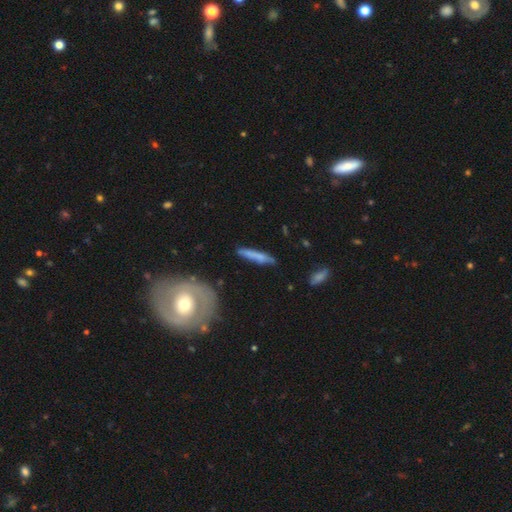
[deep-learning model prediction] Smooth or featured?
  - smooth: 61% *
  - featured or disk: 33%
  - star or artifact: 6%
How rounded?
  - cigar-shaped: 91% *
  - in between: 7%
  - round: 2%
Merging?
  - none: 79% *
  - minor disturbance: 14%
  - major disturbance: 3%
  - merger: 3%